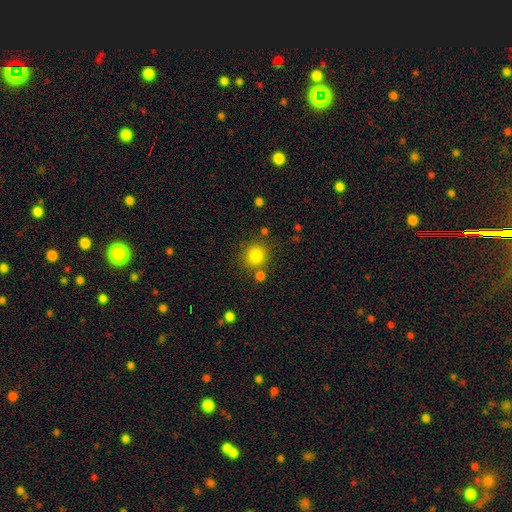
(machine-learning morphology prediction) Smooth or featured? smooth (84%)
How rounded? round (88%)
Merging? none (77%)